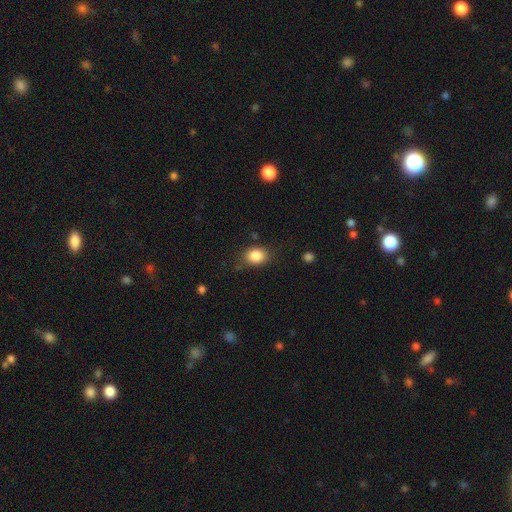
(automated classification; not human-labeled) This is clearly a smooth galaxy (85%). How rounded: possibly in between (59%). Merging: likely none (78%).